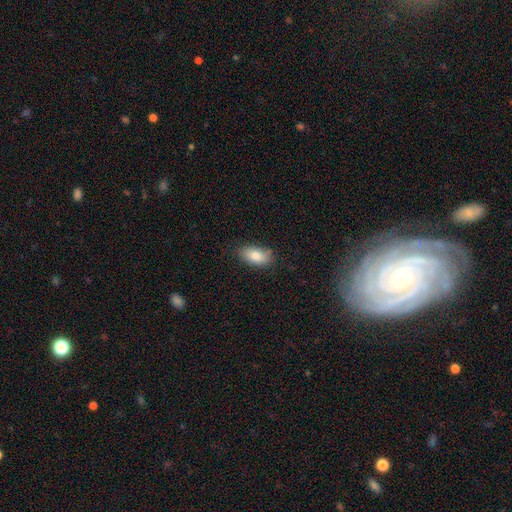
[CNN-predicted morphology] Smooth or featured: smooth — 82% (featured or disk — 11%)
How rounded: in between — 91% (cigar-shaped — 5%)
Merging: none — 80% (minor disturbance — 16%)